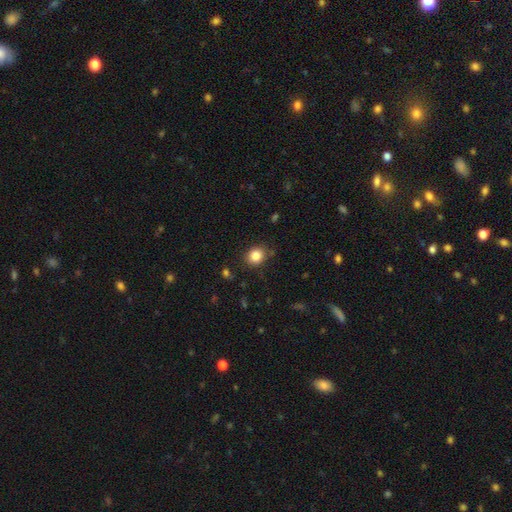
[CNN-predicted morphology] smooth-or-featured: smooth: 84% | star or artifact: 10% | featured or disk: 5%
  how-rounded: round: 68% | in between: 31% | cigar-shaped: 1%
  merging: none: 83% | minor disturbance: 12% | major disturbance: 3% | merger: 2%